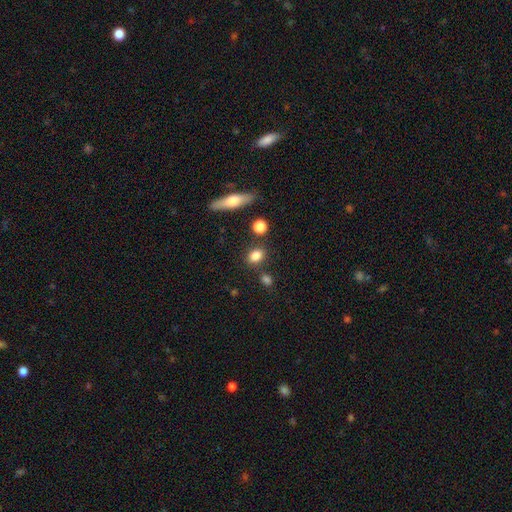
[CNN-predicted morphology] smooth_or_featured: smooth (p=0.83) [alt: star or artifact p=0.10]
how_rounded: in between (p=0.59) [alt: round p=0.38]
merging: none (p=0.78) [alt: minor disturbance p=0.11]